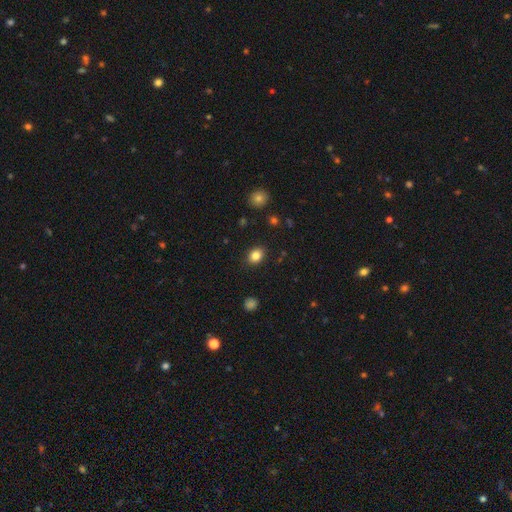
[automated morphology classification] smooth 84%, star or artifact 10%, featured or disk 6%. Down the decision tree: how rounded — in between (54%); merging — none (88%).